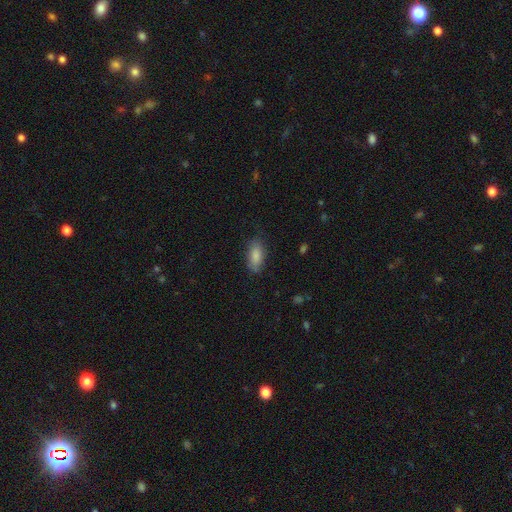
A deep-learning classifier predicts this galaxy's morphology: smooth_or_featured: smooth (p=0.86) [alt: featured or disk p=0.07]
how_rounded: in between (p=0.87) [alt: cigar-shaped p=0.10]
merging: none (p=0.76) [alt: minor disturbance p=0.18]